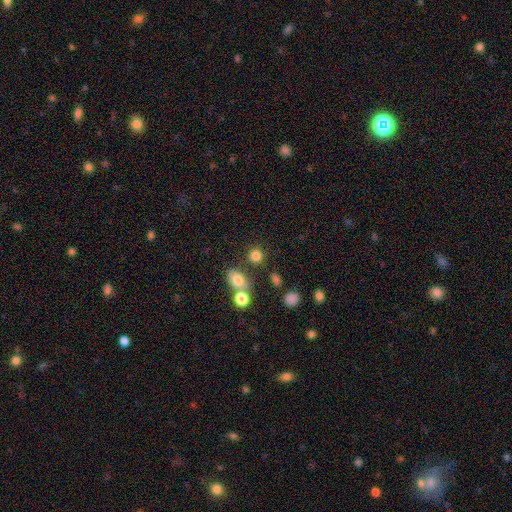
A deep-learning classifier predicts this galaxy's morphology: Smooth or featured?
  - smooth: 80% *
  - star or artifact: 14%
  - featured or disk: 6%
How rounded?
  - round: 79% *
  - in between: 19%
  - cigar-shaped: 1%
Merging?
  - none: 73% *
  - merger: 13%
  - minor disturbance: 10%
  - major disturbance: 4%